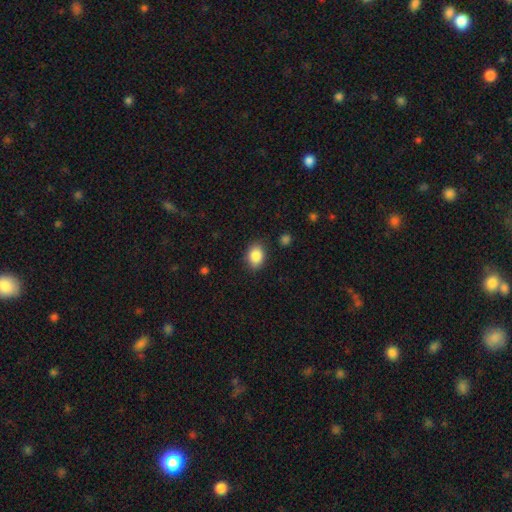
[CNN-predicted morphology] Smooth or featured?
  - smooth: 87% *
  - star or artifact: 8%
  - featured or disk: 5%
How rounded?
  - in between: 71% *
  - round: 28%
  - cigar-shaped: 1%
Merging?
  - none: 83% *
  - minor disturbance: 12%
  - major disturbance: 3%
  - merger: 2%